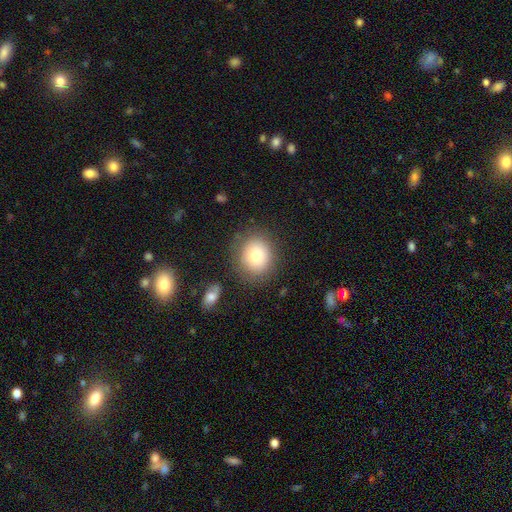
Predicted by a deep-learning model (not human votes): Smooth or featured? Predicted: smooth (p=0.79). How rounded? Predicted: round (p=0.75). Merging? Predicted: none (p=0.83).